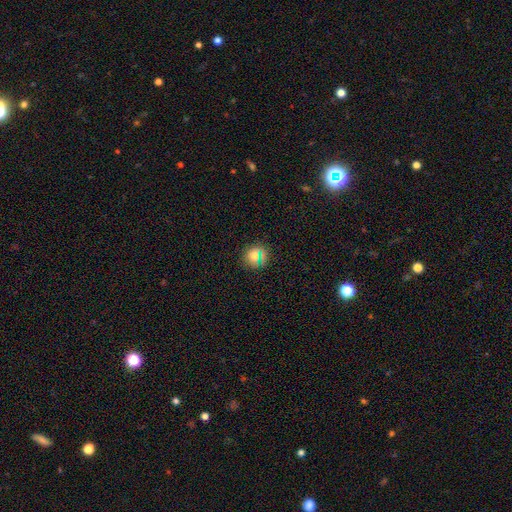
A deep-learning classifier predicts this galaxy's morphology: This appears to be a smooth galaxy with no disk features (72%) that is round (91%). Merging: none (87%).